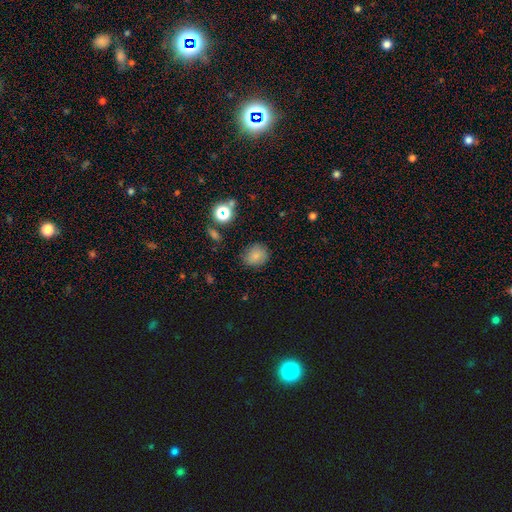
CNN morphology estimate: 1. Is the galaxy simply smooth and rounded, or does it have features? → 79% smooth, 14% star or artifact, 7% featured or disk.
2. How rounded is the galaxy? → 74% round, 25% in between, 1% cigar-shaped.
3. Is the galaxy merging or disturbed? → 79% none, 15% minor disturbance, 4% major disturbance, 2% merger.